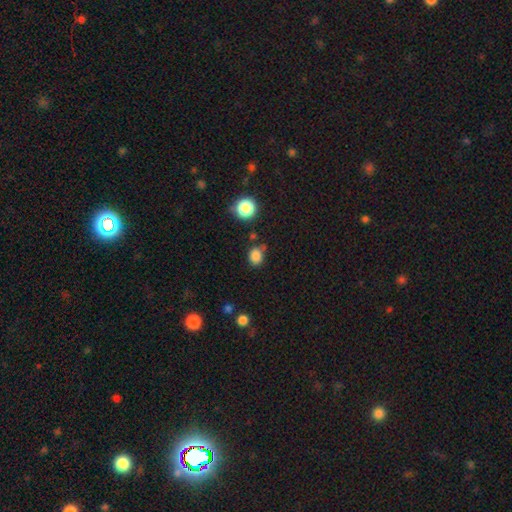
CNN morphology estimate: smooth_or_featured: smooth (p=0.82) [alt: star or artifact p=0.13]
how_rounded: round (p=0.54) [alt: in between p=0.45]
merging: none (p=0.67) [alt: minor disturbance p=0.21]